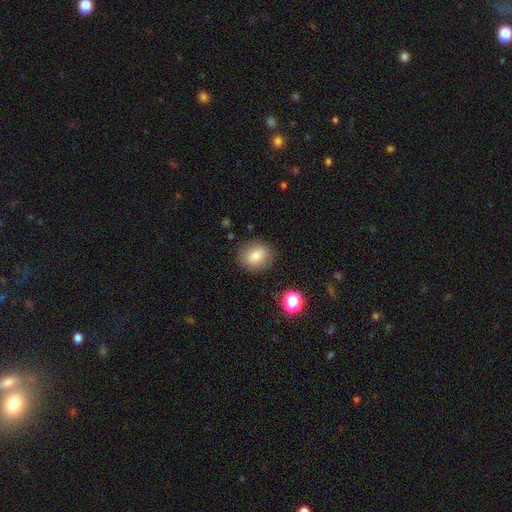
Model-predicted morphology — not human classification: Smooth or featured? smooth (79%)
How rounded? round (65%)
Merging? none (84%)